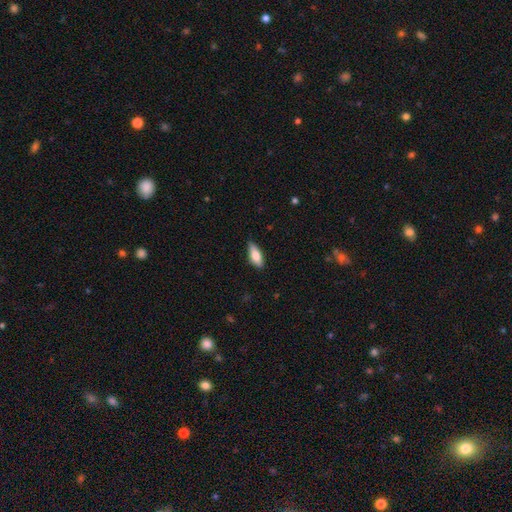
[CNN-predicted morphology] type=smooth (79%); roundness=in between (77%); merging=none (80%).